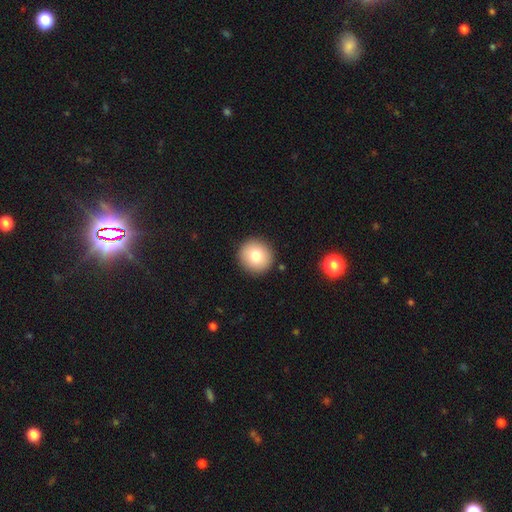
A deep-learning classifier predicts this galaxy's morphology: smooth_or_featured: smooth (p=0.79) [alt: featured or disk p=0.12]
how_rounded: round (p=0.93) [alt: in between p=0.06]
merging: none (p=0.91) [alt: minor disturbance p=0.06]